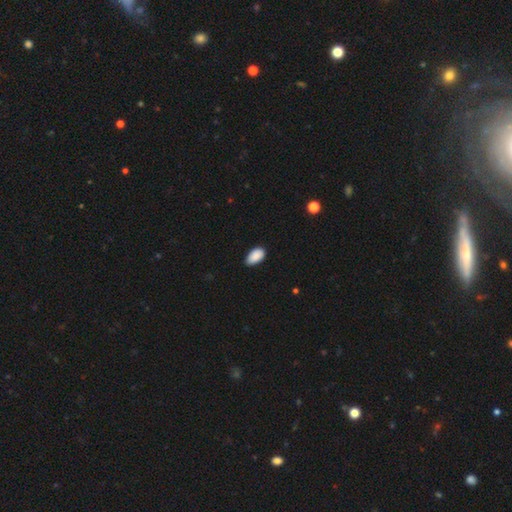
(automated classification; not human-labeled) Smooth or featured? smooth (90%)
How rounded? in between (95%)
Merging? none (77%)